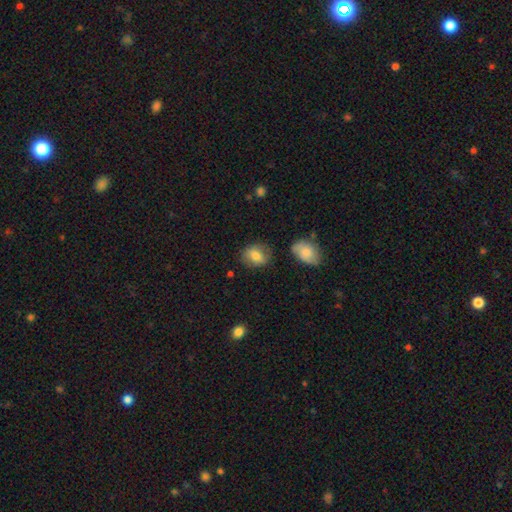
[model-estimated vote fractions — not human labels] smooth 78%, featured or disk 14%, star or artifact 8%. Down the decision tree: how rounded — in between (49%, tied with round); merging — none (75%).